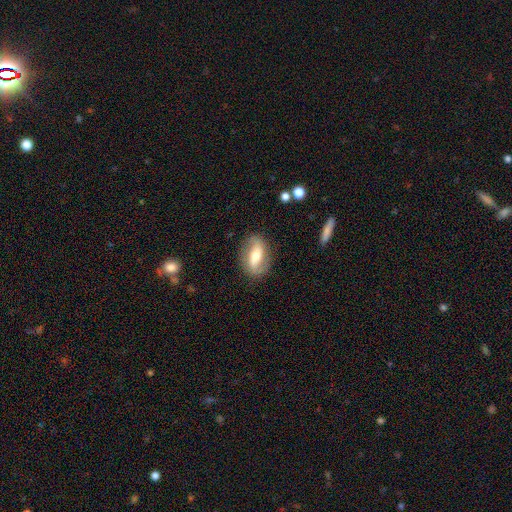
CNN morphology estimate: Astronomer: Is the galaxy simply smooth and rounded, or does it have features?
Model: featured or disk — 57% (runner-up: smooth, 36%).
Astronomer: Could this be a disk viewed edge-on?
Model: no — 88%.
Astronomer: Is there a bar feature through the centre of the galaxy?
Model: strong — 44% (runner-up: weak, 32%).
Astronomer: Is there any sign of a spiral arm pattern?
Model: yes — 71%.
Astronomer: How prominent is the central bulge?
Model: moderate — 63%.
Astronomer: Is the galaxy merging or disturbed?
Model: none — 83%.